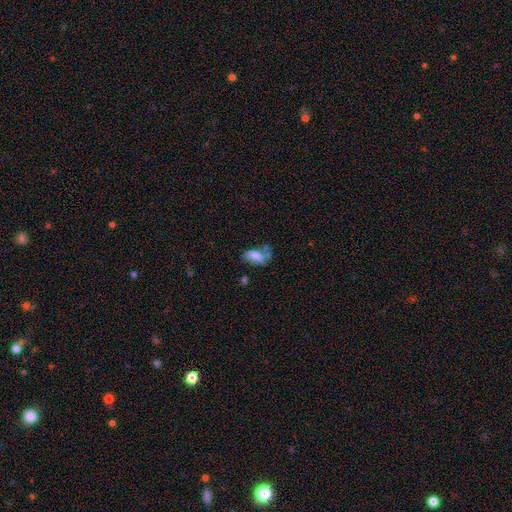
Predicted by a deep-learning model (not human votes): A smooth galaxy with no disk features (67%) that is in between round and cigar-shaped (88%). Merging: none (38%).